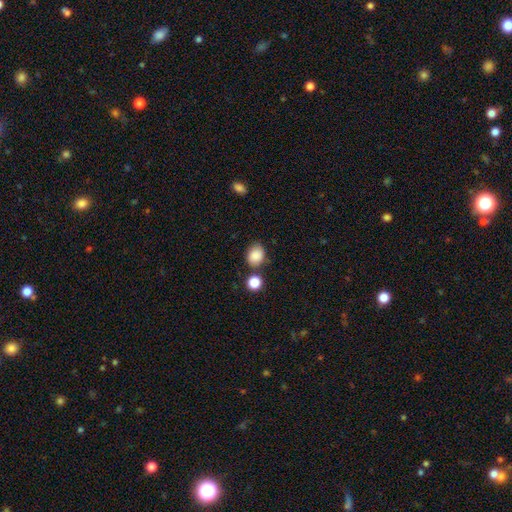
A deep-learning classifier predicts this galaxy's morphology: smooth_or_featured: smooth (p=0.86) [alt: star or artifact p=0.09]
how_rounded: in between (p=0.52) [alt: round p=0.47]
merging: none (p=0.70) [alt: minor disturbance p=0.17]